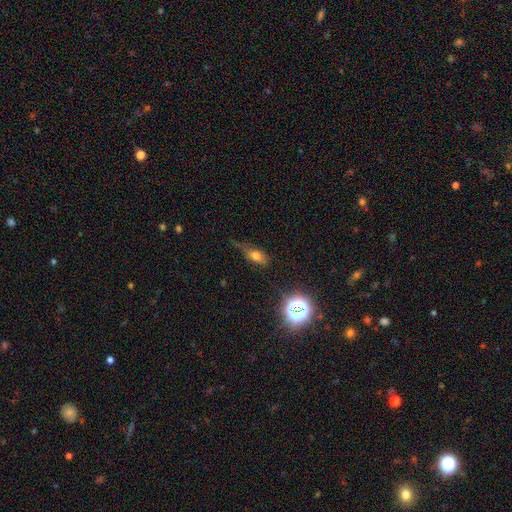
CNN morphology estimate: A smooth galaxy with no disk features (61%) that is in between round and cigar-shaped (71%). Merging: none (50%).